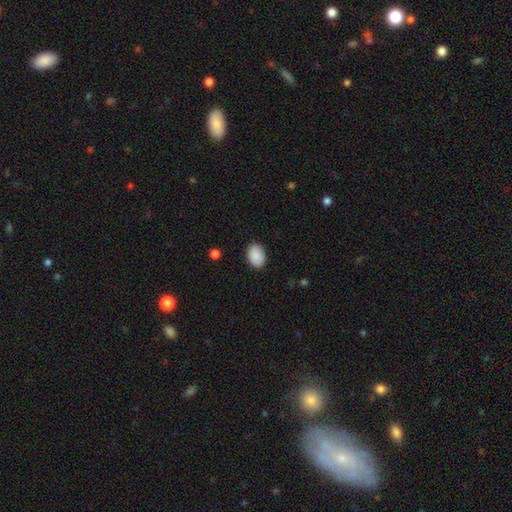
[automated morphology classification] A smooth galaxy with no disk features (90%) that is in between round and cigar-shaped (81%). Merging: none (88%).